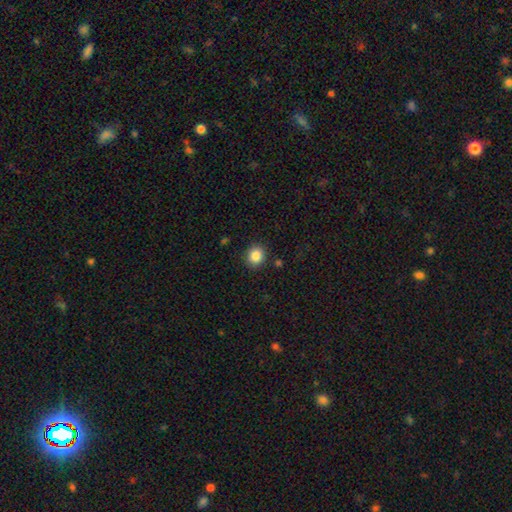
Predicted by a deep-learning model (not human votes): Smooth or featured? smooth (86%)
How rounded? round (80%)
Merging? none (89%)